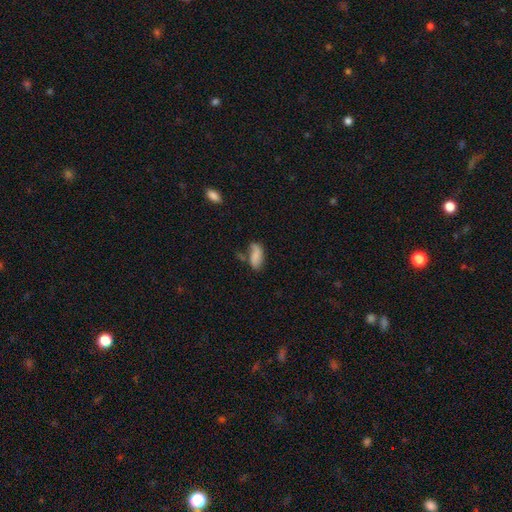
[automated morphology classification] Smooth or featured: smooth — 78% (featured or disk — 13%)
How rounded: in between — 88% (cigar-shaped — 9%)
Merging: none — 48% (minor disturbance — 27%)